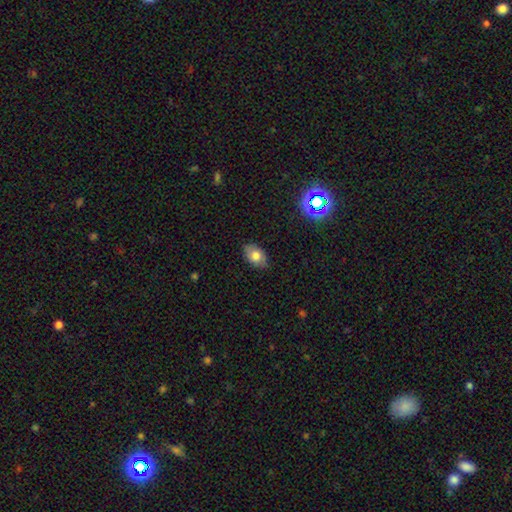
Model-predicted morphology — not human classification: Smooth or featured? Predicted: smooth (p=0.72). How rounded? Predicted: in between (p=0.87). Merging? Predicted: none (p=0.81).